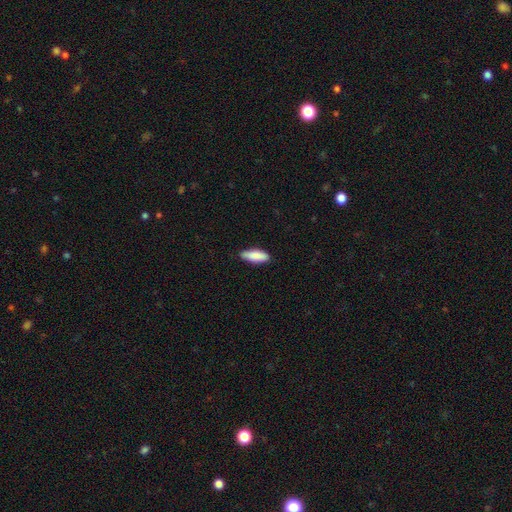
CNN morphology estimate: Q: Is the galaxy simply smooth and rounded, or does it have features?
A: smooth — 87%.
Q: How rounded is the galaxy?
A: in between — 65%.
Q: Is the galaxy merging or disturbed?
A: none — 83%.